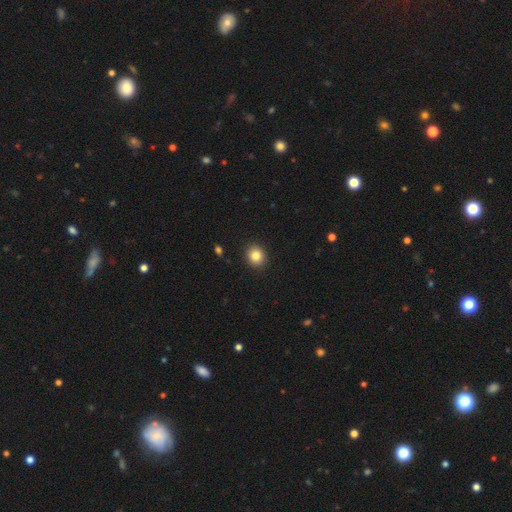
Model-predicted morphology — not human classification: This is clearly a smooth galaxy (84%). How rounded: clearly round (81%). Merging: clearly none (92%).